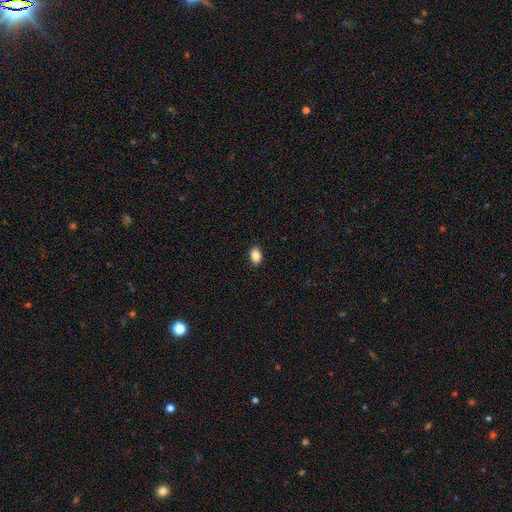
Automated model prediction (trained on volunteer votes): Smooth or featured? smooth (87%)
How rounded? in between (85%)
Merging? none (88%)